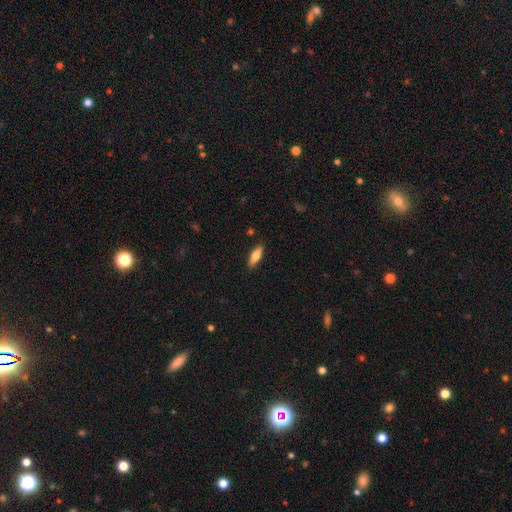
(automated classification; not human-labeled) Smooth or featured? Predicted: smooth (p=0.72). How rounded? Predicted: in between (p=0.59). Merging? Predicted: none (p=0.87).